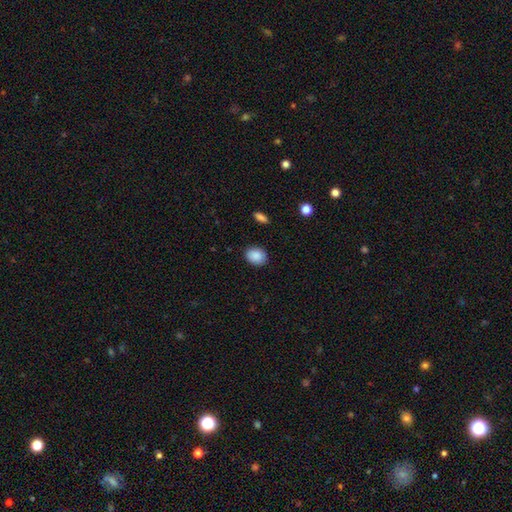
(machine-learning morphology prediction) type=smooth (89%); roundness=in between (59%); merging=none (86%).